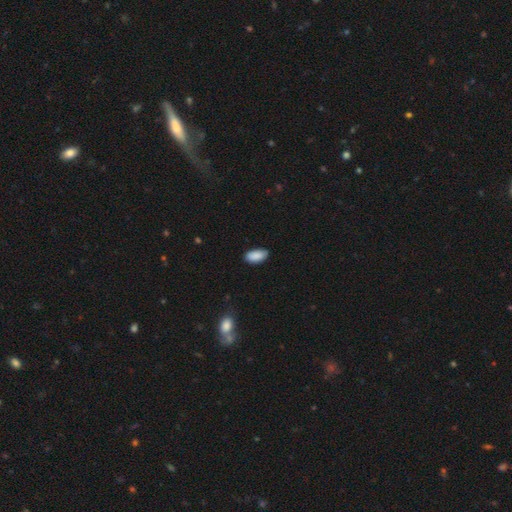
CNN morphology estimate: smooth 90%, star or artifact 7%, featured or disk 4%. Down the decision tree: how rounded — in between (94%); merging — none (82%).